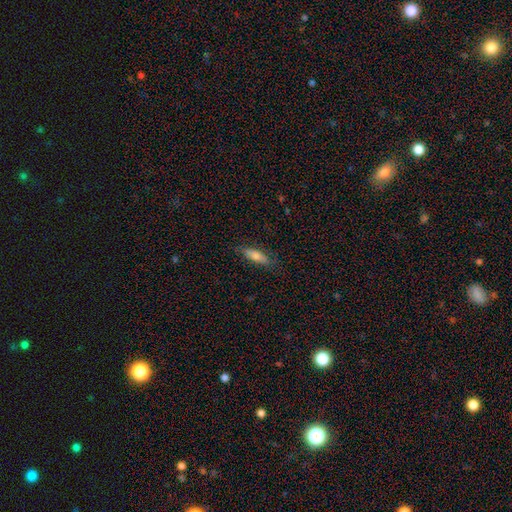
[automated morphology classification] Smooth or featured: smooth — 71% (featured or disk — 23%)
How rounded: cigar-shaped — 49% (in between — 48%)
Merging: none — 80% (minor disturbance — 15%)